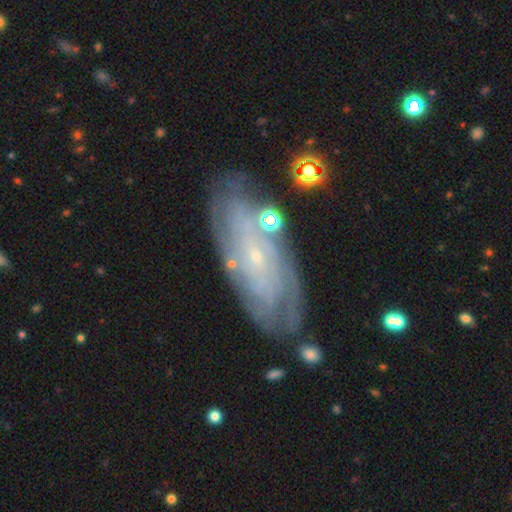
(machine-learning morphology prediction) Overall: featured or disk (80%). Edge-on disk: no (89%). Bar: no (71%). Spiral arms: yes (90%). Spiral arm count: can't tell (52%; 2 13%). Spiral winding: tight (74%). Bulge size: small (88%). Merging: none (77%).